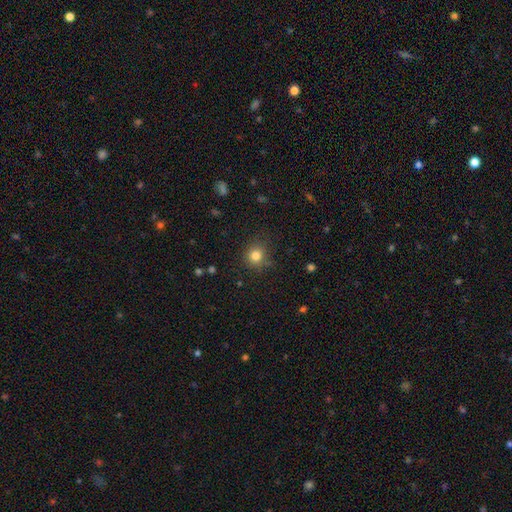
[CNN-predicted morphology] The model was most divided on "smooth or featured": smooth: 81%, star or artifact: 13%, featured or disk: 6%. More confident: how rounded — round (88%); merging — none (83%).